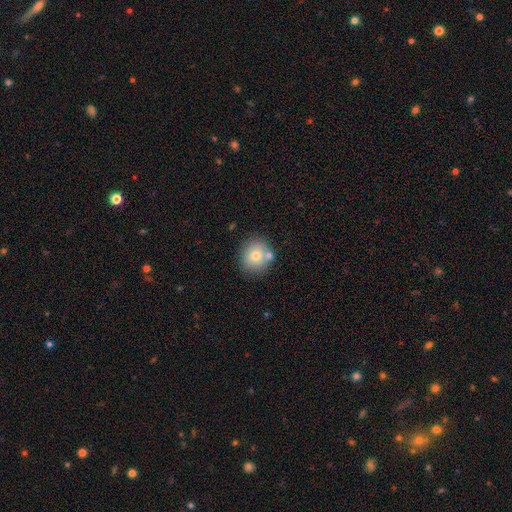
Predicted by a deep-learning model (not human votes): Smooth or featured? Predicted: smooth (p=0.75). How rounded? Predicted: round (p=0.83). Merging? Predicted: none (p=0.74).